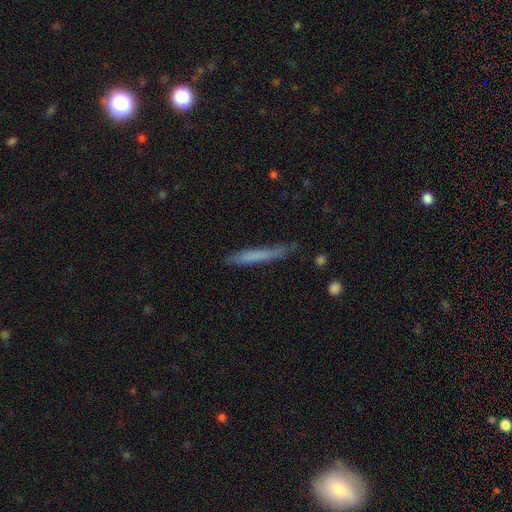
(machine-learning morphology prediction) A smooth galaxy with no disk features (66%) that is cigar-shaped (96%).

Vote fractions:
- Smooth or featured? smooth: 66% / featured or disk: 27% / star or artifact: 7%
- How rounded? cigar-shaped: 96% / in between: 3% / round: 1%
- Merging? none: 74% / minor disturbance: 20% / major disturbance: 4% / merger: 2%